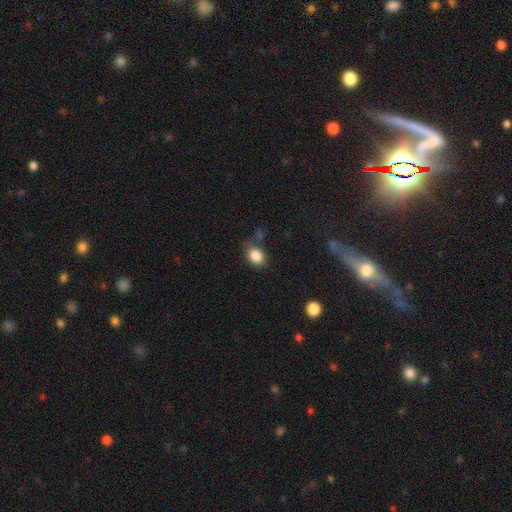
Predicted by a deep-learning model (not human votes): Smooth or featured? smooth (86%)
How rounded? in between (62%)
Merging? none (68%)